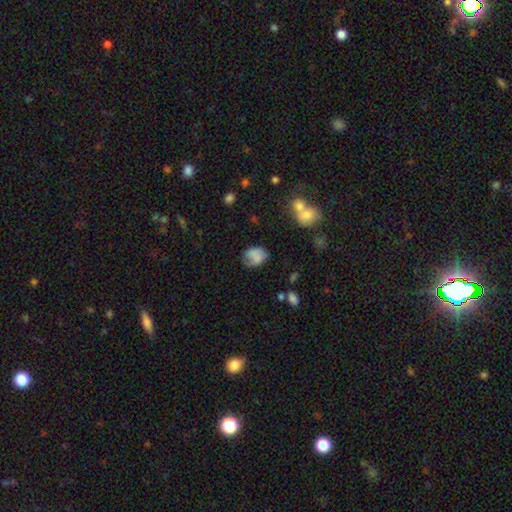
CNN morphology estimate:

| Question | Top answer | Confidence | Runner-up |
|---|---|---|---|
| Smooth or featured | smooth | 60% | featured or disk (29%) |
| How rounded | in between | 63% | round (36%) |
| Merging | none | 46% | minor disturbance (29%) |